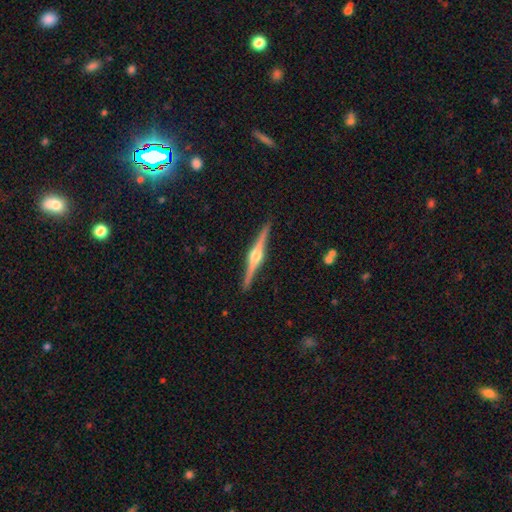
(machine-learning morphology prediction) featured or disk 85%, smooth 11%, star or artifact 5%. Down the decision tree: edge-on disk — yes (99%); edge-on bulge — rounded (94%); merging — none (91%).